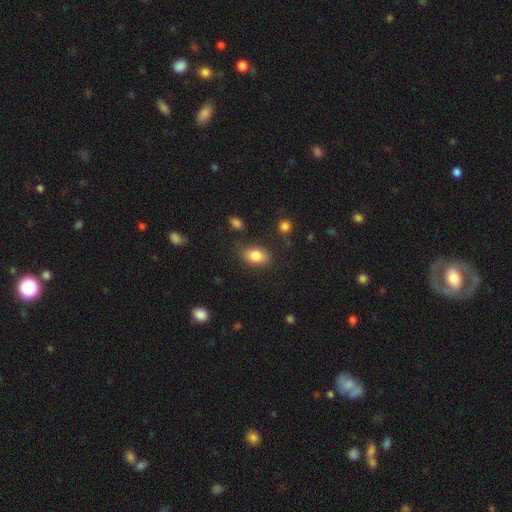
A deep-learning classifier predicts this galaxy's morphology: Smooth or featured: smooth — 84% (star or artifact — 9%)
How rounded: in between — 84% (round — 15%)
Merging: none — 80% (minor disturbance — 14%)